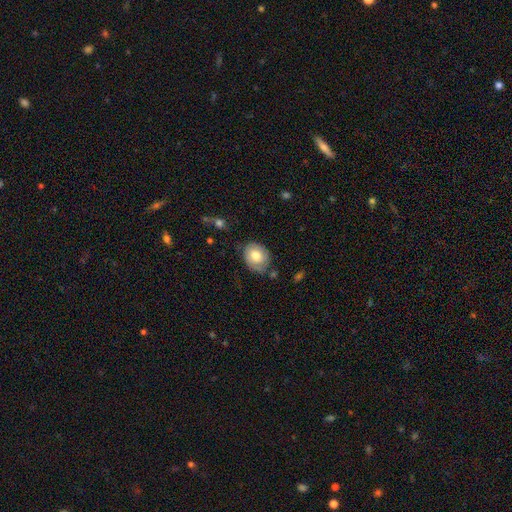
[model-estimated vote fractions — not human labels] smooth_or_featured: smooth (p=0.70) [alt: featured or disk p=0.22]
how_rounded: in between (p=0.51) [alt: round p=0.48]
merging: none (p=0.69) [alt: minor disturbance p=0.22]